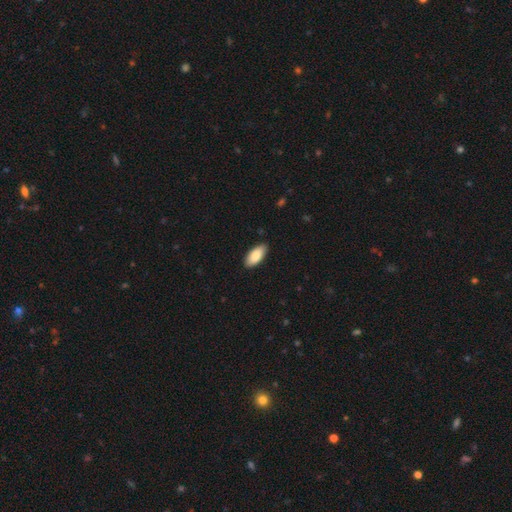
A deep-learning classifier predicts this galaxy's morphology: This is clearly a smooth galaxy (85%). How rounded: clearly in between (91%). Merging: clearly none (89%).